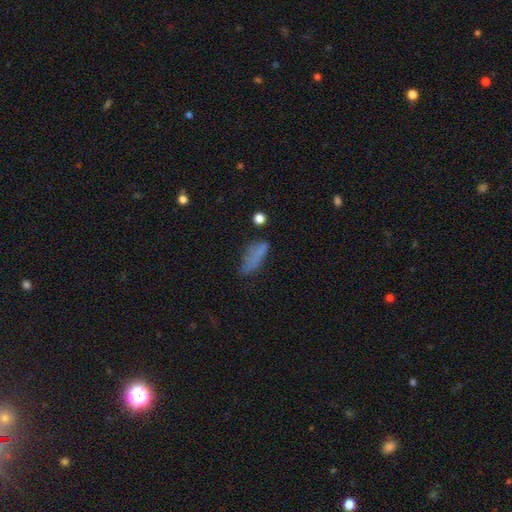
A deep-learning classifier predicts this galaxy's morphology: smooth_or_featured: smooth (p=0.68) [alt: featured or disk p=0.18]
how_rounded: in between (p=0.61) [alt: cigar-shaped p=0.36]
merging: none (p=0.47) [alt: minor disturbance p=0.29]